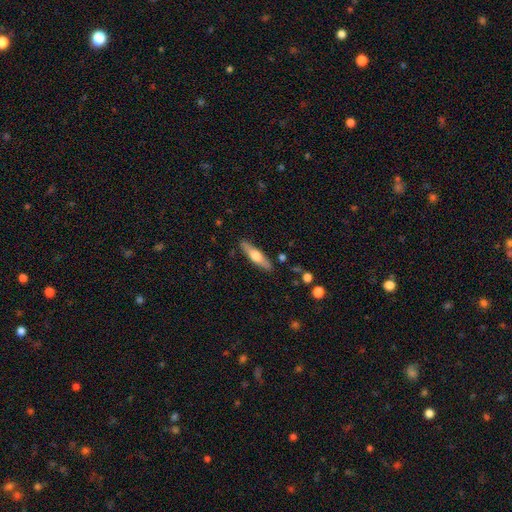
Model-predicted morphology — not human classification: This is possibly a smooth galaxy (51%). How rounded: likely cigar-shaped (71%). Merging: clearly none (87%).